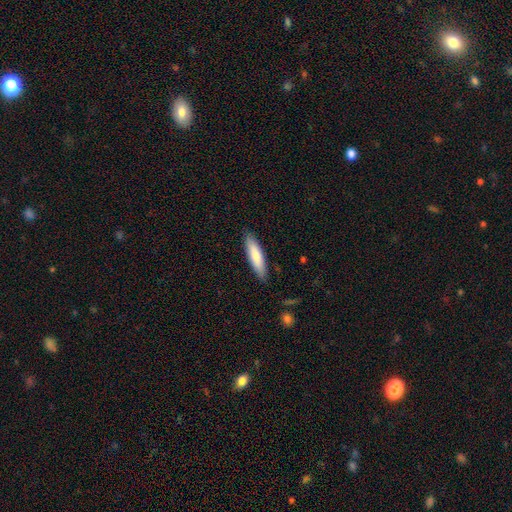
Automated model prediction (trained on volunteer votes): Morphology: type=smooth (79%); roundness=cigar-shaped (70%); merging=none (88%).